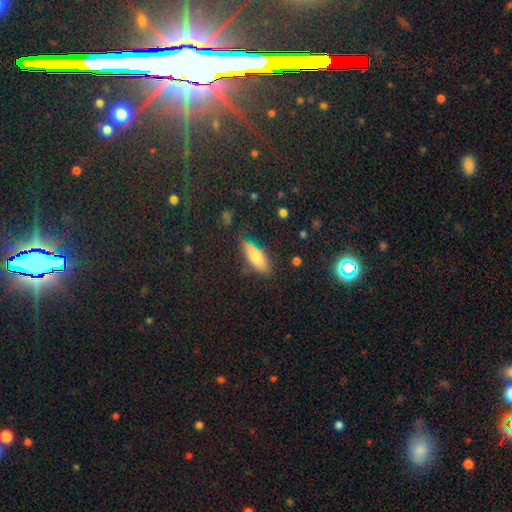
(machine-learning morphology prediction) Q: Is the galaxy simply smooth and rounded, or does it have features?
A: smooth — 70%.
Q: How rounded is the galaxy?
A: in between — 70%.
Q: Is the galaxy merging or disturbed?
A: none — 77%.